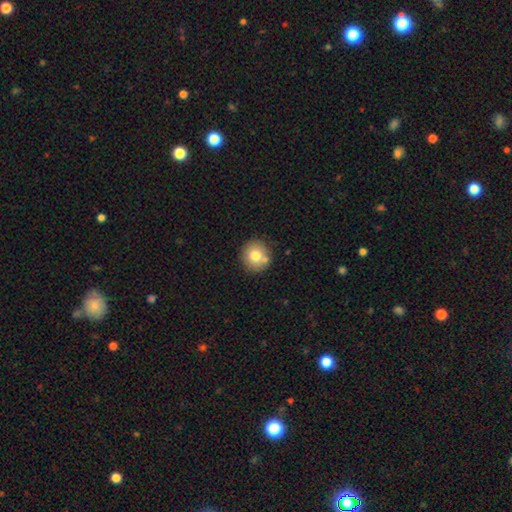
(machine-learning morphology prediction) Q: Smooth or featured?
A: smooth (75%); runner-up: featured or disk (15%)
Q: How rounded?
A: round (91%); runner-up: in between (8%)
Q: Merging?
A: none (75%); runner-up: merger (13%)